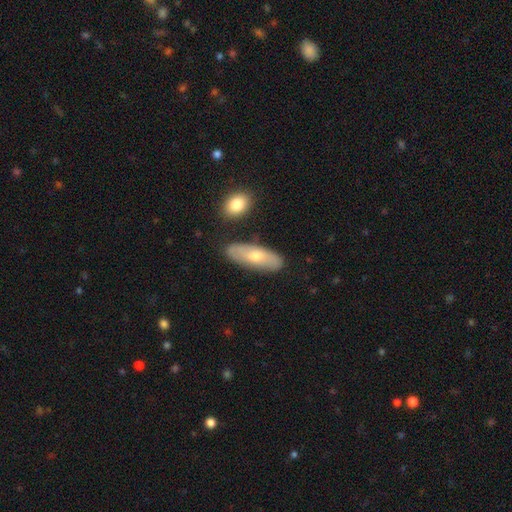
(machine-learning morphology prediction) Smooth or featured? smooth (58%)
How rounded? in between (68%)
Merging? none (79%)